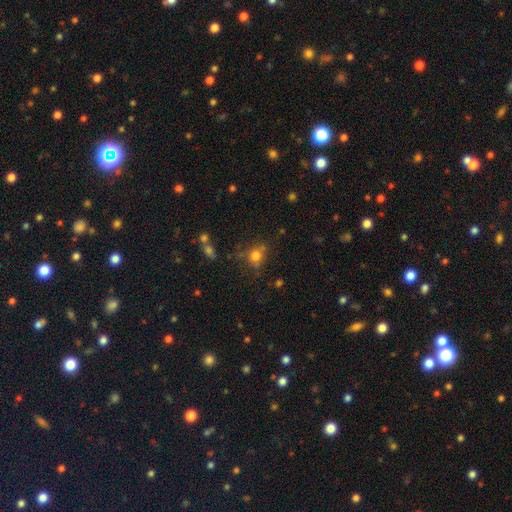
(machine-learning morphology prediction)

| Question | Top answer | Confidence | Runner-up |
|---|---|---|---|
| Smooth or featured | smooth | 74% | star or artifact (15%) |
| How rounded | round | 76% | in between (23%) |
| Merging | none | 65% | minor disturbance (18%) |